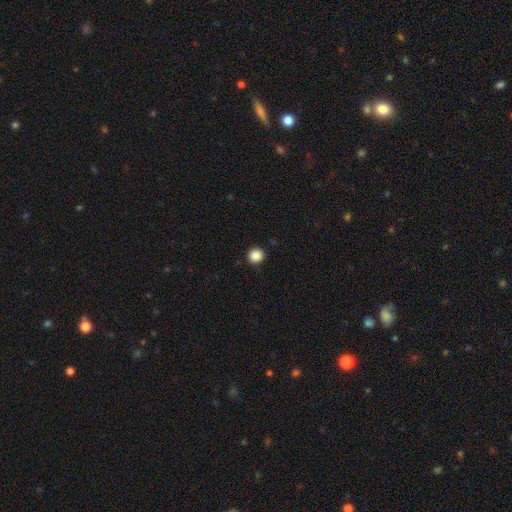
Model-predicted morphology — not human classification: Smooth or featured? Predicted: smooth (p=0.87). How rounded? Predicted: round (p=0.93). Merging? Predicted: none (p=0.93).